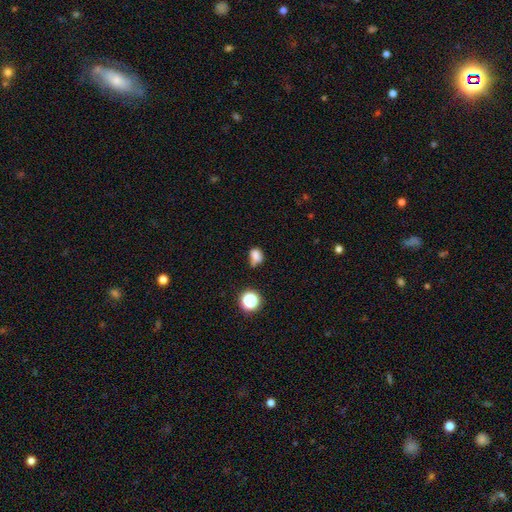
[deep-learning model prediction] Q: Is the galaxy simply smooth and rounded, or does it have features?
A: smooth — 74%.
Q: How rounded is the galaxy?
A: in between — 54%.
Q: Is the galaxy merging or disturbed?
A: none — 41%.